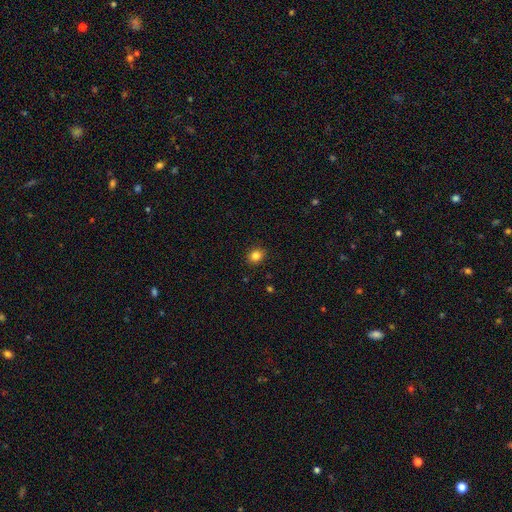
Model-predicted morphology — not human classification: Smooth or featured? Predicted: smooth (p=0.83). How rounded? Predicted: round (p=0.67). Merging? Predicted: none (p=0.90).